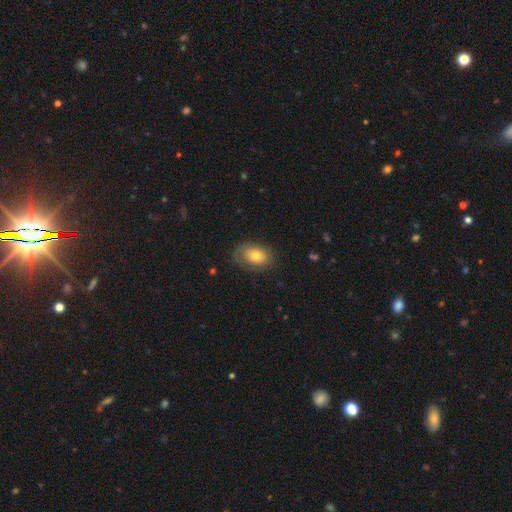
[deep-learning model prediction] Smooth or featured? Predicted: smooth (p=0.67). How rounded? Predicted: in between (p=0.82). Merging? Predicted: none (p=0.69).